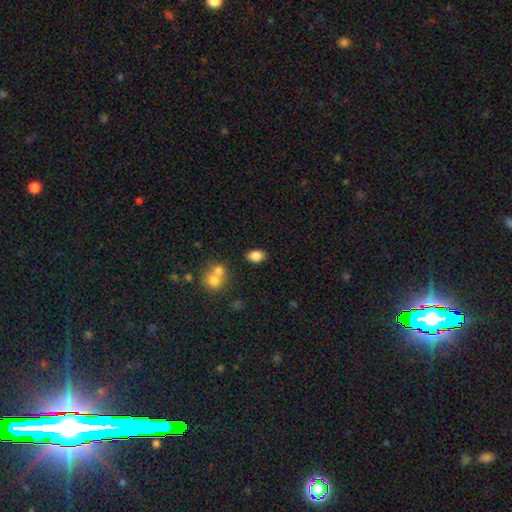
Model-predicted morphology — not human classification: smooth-or-featured: smooth: 84% | star or artifact: 9% | featured or disk: 7%
  how-rounded: in between: 83% | round: 16% | cigar-shaped: 1%
  merging: none: 80% | minor disturbance: 10% | merger: 8% | major disturbance: 3%